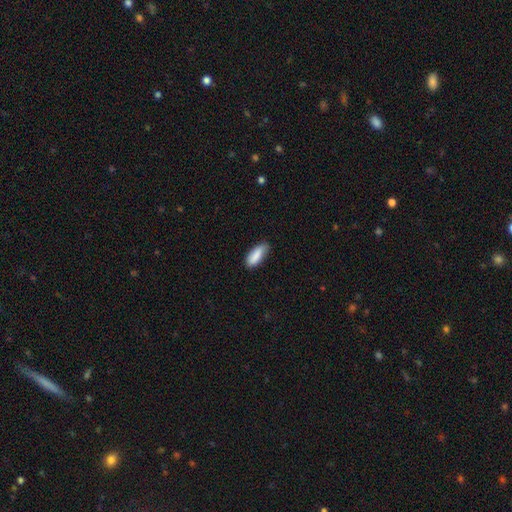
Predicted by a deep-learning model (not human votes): smooth-or-featured: smooth: 87% | featured or disk: 7% | star or artifact: 6%
  how-rounded: in between: 73% | cigar-shaped: 25% | round: 2%
  merging: none: 70% | minor disturbance: 25% | major disturbance: 4% | merger: 2%